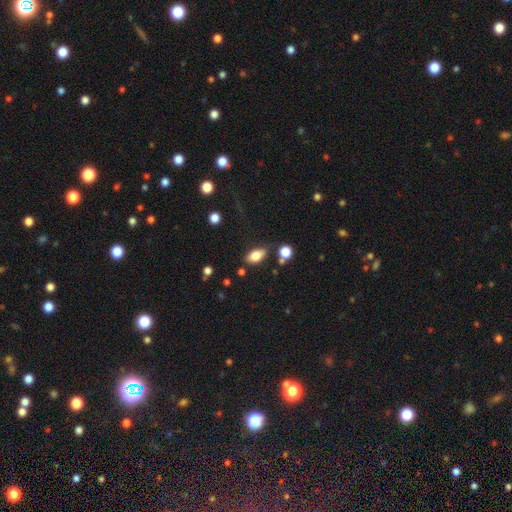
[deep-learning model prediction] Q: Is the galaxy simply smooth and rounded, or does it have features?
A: smooth — 80%.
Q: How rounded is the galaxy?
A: in between — 89%.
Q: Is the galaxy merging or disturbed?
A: none — 72%.